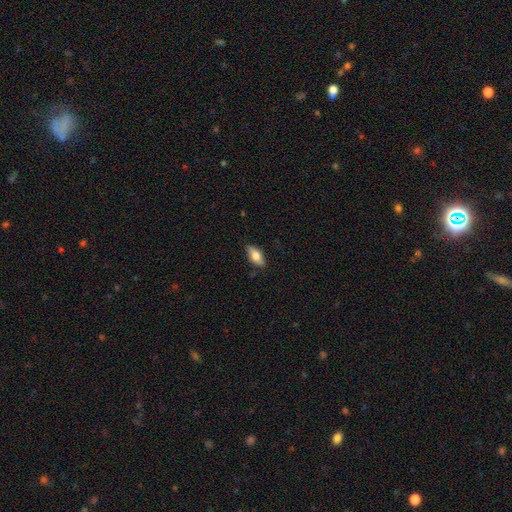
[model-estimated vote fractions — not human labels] Smooth or featured? Predicted: smooth (p=0.71). How rounded? Predicted: in between (p=0.84). Merging? Predicted: none (p=0.83).